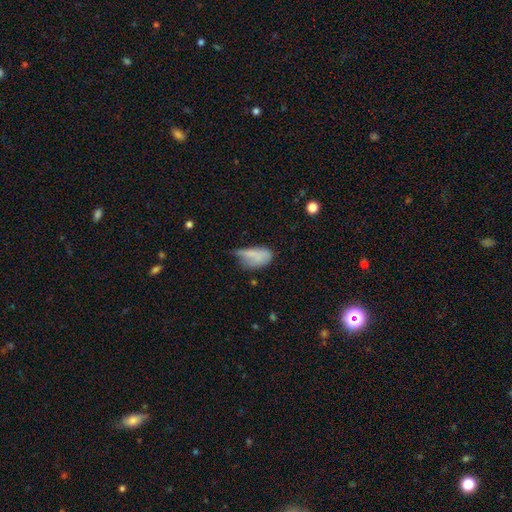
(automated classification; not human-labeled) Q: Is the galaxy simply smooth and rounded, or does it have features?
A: smooth — 71%.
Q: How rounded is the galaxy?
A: in between — 89%.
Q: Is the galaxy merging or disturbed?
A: minor disturbance — 41%.